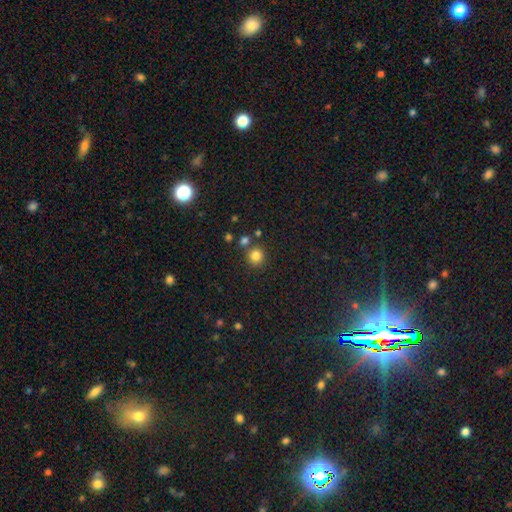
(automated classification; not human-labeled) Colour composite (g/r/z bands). It shows a smooth galaxy with no disk features (82%) that is round (91%). Merging: none (79%).